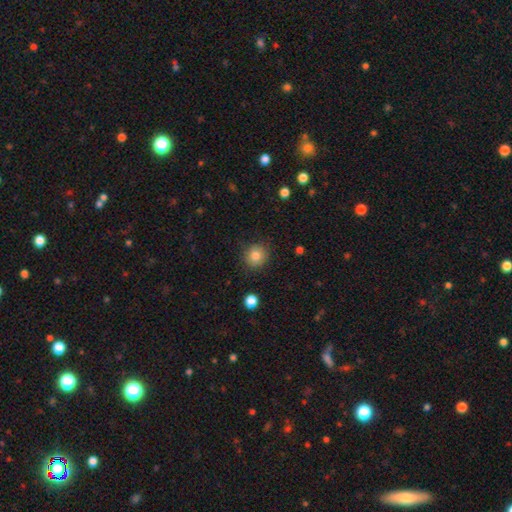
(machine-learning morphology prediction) This is clearly a smooth galaxy (82%). How rounded: clearly round (90%). Merging: clearly none (88%).